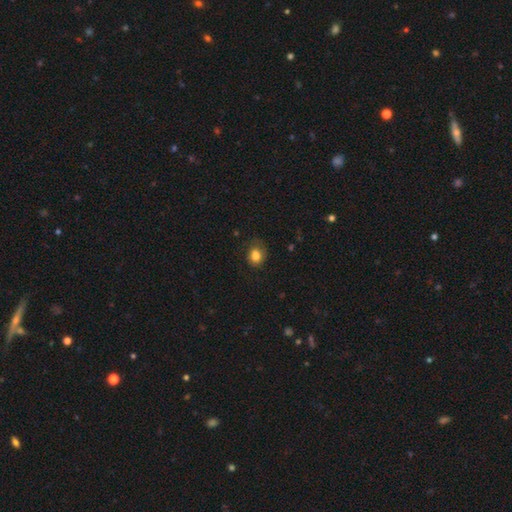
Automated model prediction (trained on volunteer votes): This appears to be a smooth galaxy with no disk features (83%) that is round (61%). Merging: none (65%).